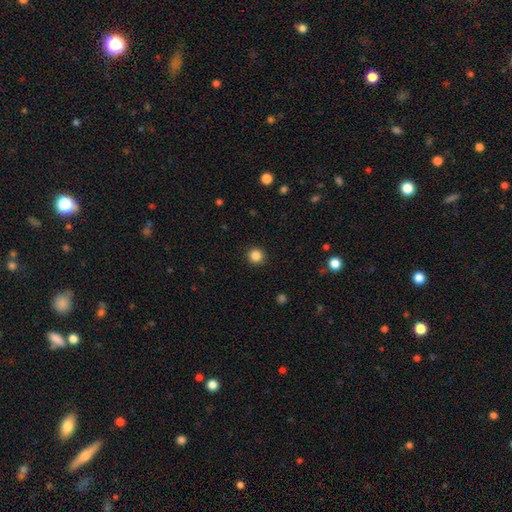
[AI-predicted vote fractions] Smooth or featured? Predicted: smooth (p=0.85). How rounded? Predicted: round (p=0.94). Merging? Predicted: none (p=0.92).